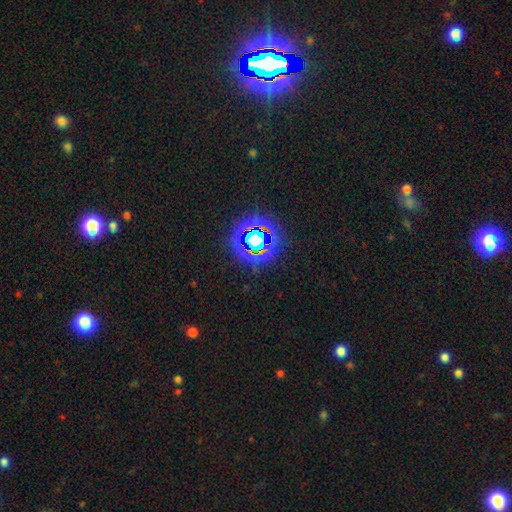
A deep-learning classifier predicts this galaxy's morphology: smooth-or-featured: star or artifact: 82% | smooth: 11% | featured or disk: 7%